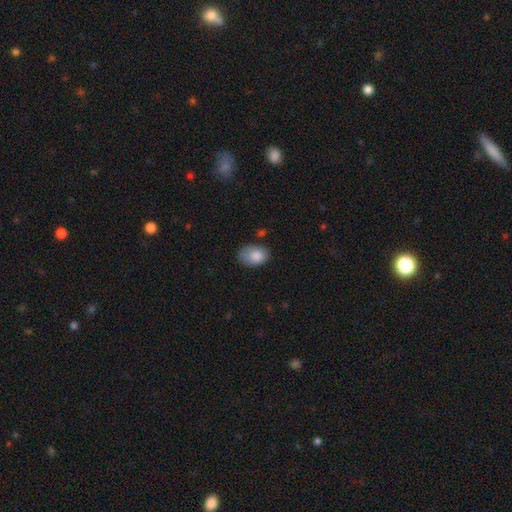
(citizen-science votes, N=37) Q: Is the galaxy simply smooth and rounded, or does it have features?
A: smooth — 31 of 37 (84%).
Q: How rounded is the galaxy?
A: in between — 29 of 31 (94%).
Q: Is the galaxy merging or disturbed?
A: none — 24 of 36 (67%).